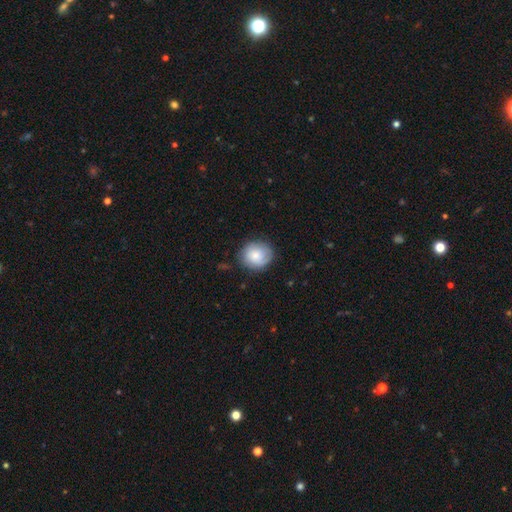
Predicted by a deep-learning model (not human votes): Morphology: type=smooth (73%); roundness=round (82%); merging=none (79%).